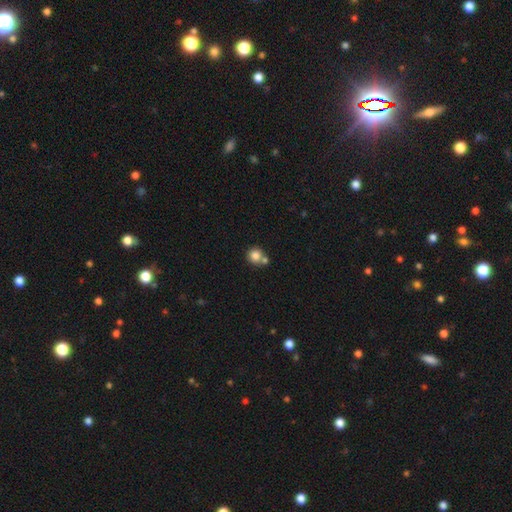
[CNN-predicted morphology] A smooth galaxy with no disk features (83%) that is round (91%). Merging: none (56%).